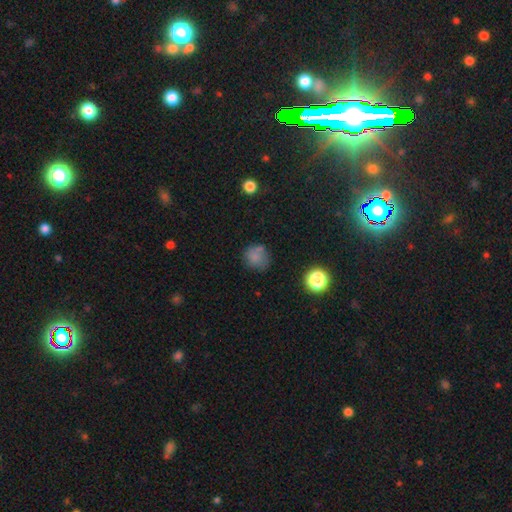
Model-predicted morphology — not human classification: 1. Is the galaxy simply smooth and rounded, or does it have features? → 76% smooth, 14% star or artifact, 10% featured or disk.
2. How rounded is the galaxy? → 81% round, 18% in between, 1% cigar-shaped.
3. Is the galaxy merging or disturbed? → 62% none, 21% minor disturbance, 9% major disturbance, 8% merger.